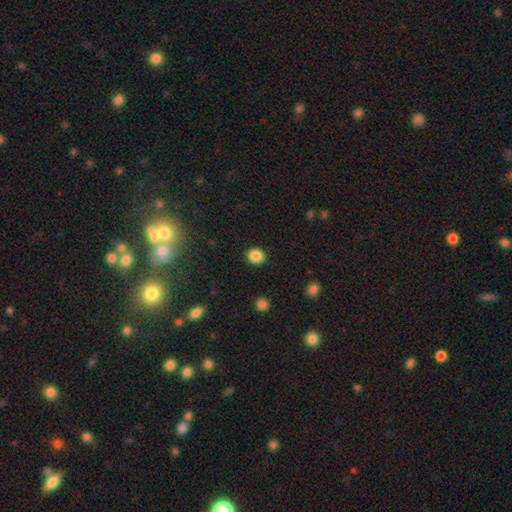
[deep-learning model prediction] This is clearly a smooth galaxy (87%). How rounded: possibly round (53%). Merging: clearly none (89%).